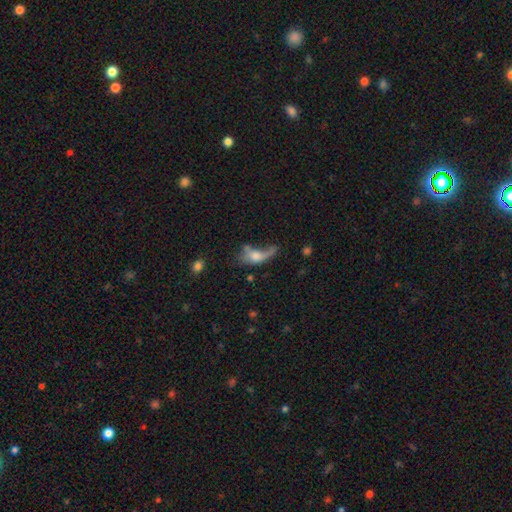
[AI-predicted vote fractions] A smooth galaxy with no disk features (54%) that is in between round and cigar-shaped (70%).

Vote fractions:
- Smooth or featured? smooth: 54% / featured or disk: 35% / star or artifact: 11%
- How rounded? in between: 70% / cigar-shaped: 19% / round: 11%
- Merging? major disturbance: 42% / none: 24% / minor disturbance: 19% / merger: 15%